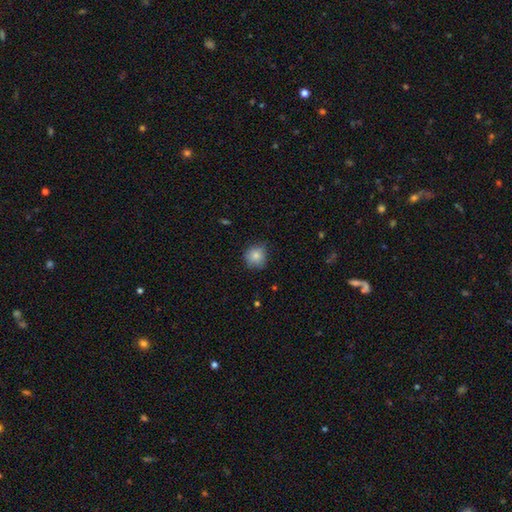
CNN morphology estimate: A smooth galaxy with no disk features (82%) that is round (88%). Merging: none (73%).